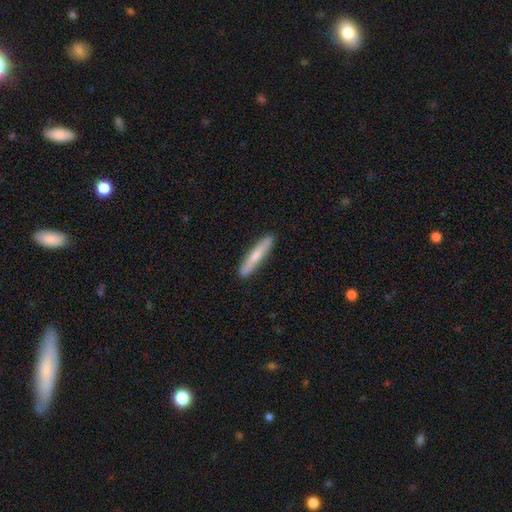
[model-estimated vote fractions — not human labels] smooth-or-featured: smooth: 55% | featured or disk: 39% | star or artifact: 5%
  how-rounded: cigar-shaped: 92% | in between: 6% | round: 1%
  merging: none: 90% | minor disturbance: 7% | major disturbance: 1% | merger: 1%